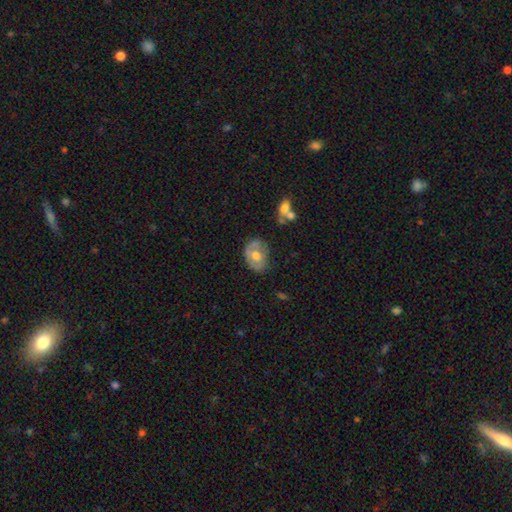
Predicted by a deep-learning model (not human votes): A smooth galaxy with no disk features (47%).

Vote fractions:
- Smooth or featured? smooth: 47% / featured or disk: 46% / star or artifact: 7%
- Merging? none: 60% / minor disturbance: 27% / major disturbance: 9% / merger: 4%